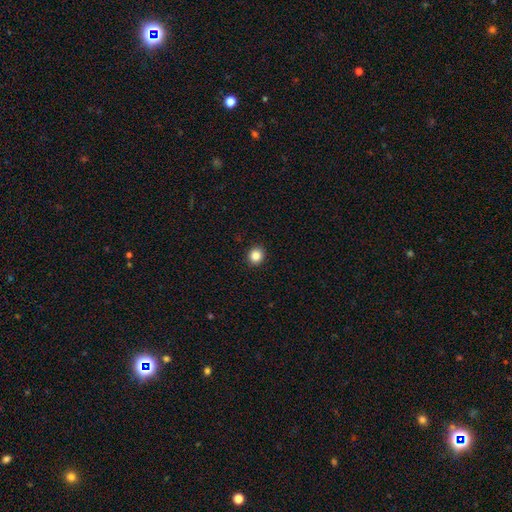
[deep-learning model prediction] smooth 86%, star or artifact 10%, featured or disk 4%. Down the decision tree: how rounded — round (81%); merging — none (92%).